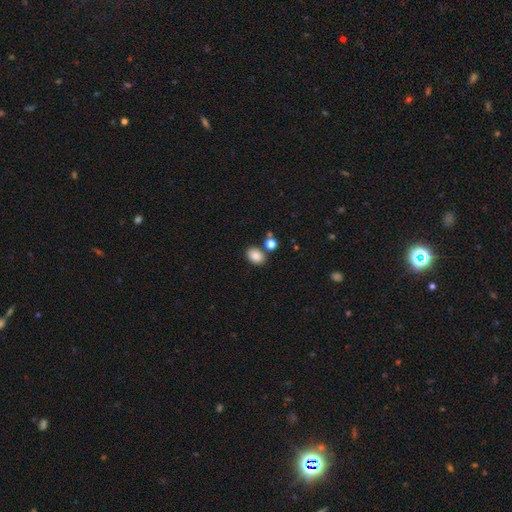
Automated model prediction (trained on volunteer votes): Smooth or featured: smooth — 86% (star or artifact — 10%)
How rounded: in between — 72% (round — 27%)
Merging: none — 77% (minor disturbance — 10%)